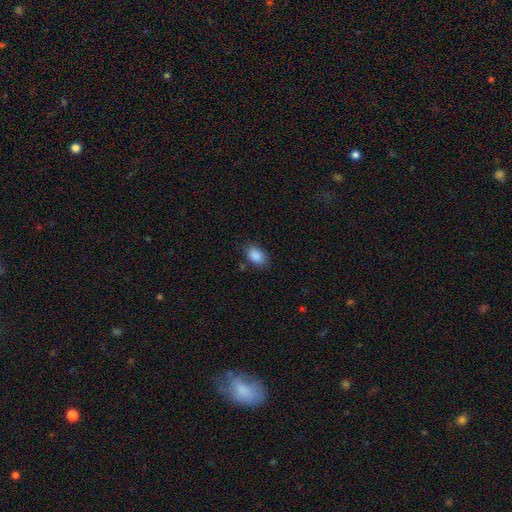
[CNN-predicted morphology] Smooth or featured? smooth (88%)
How rounded? in between (86%)
Merging? none (78%)